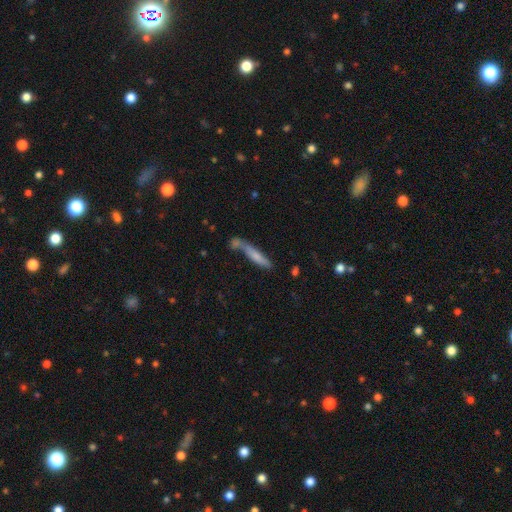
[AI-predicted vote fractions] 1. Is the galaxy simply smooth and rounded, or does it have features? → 65% smooth, 27% featured or disk, 7% star or artifact.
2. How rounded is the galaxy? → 89% cigar-shaped, 9% in between, 2% round.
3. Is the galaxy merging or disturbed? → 50% none, 26% merger, 17% minor disturbance, 7% major disturbance.